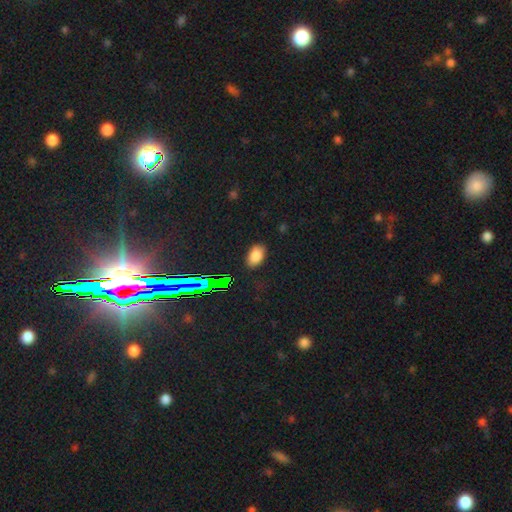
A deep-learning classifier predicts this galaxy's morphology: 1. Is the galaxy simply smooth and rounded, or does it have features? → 79% smooth, 15% star or artifact, 6% featured or disk.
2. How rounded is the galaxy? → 91% in between, 8% round, 1% cigar-shaped.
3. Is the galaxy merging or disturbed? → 85% none, 11% minor disturbance, 3% major disturbance, 1% merger.